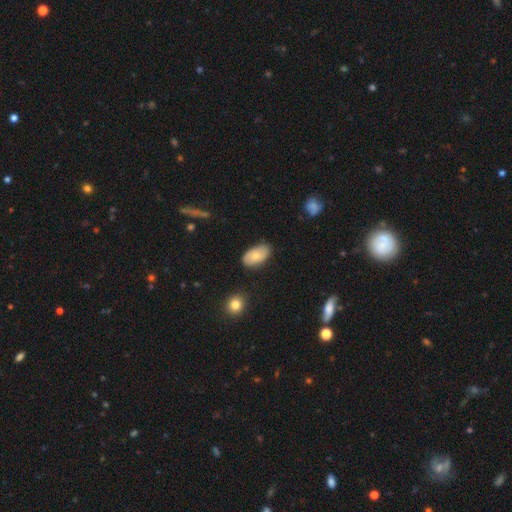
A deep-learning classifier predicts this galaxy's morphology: This appears to be a smooth galaxy with no disk features (74%) that is in between round and cigar-shaped (94%). Merging: none (76%).